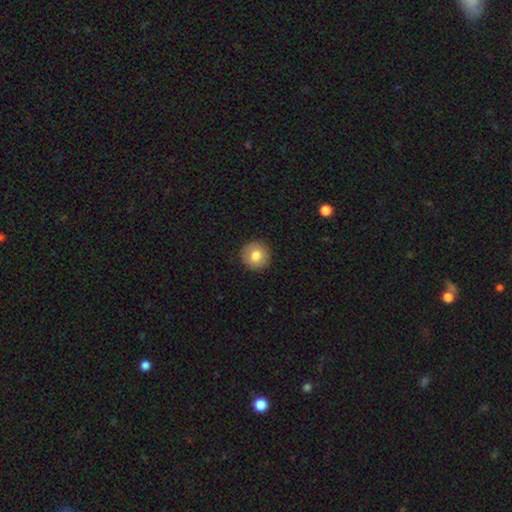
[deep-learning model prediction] Morphology: type=smooth (80%); roundness=round (94%); merging=none (91%).